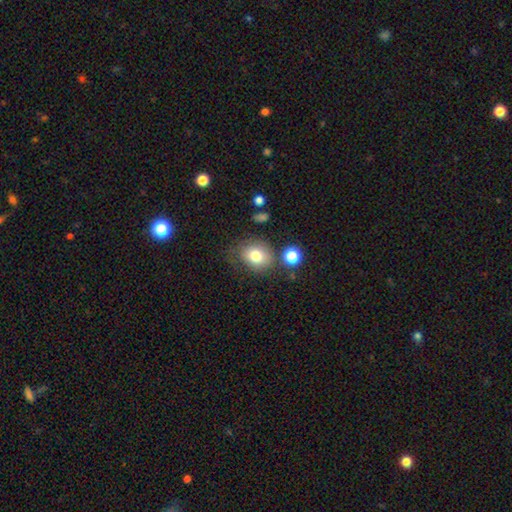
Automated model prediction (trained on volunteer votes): This appears to be a smooth galaxy with no disk features (78%) that is round (63%). Merging: none (65%).